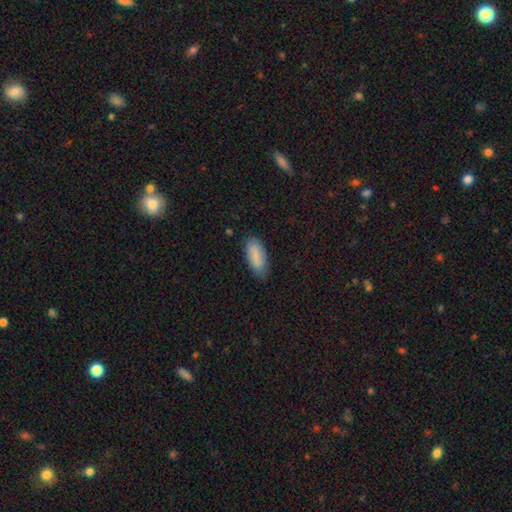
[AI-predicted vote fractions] Overall: smooth (85%). How rounded: in between (85%). Merging: none (79%).